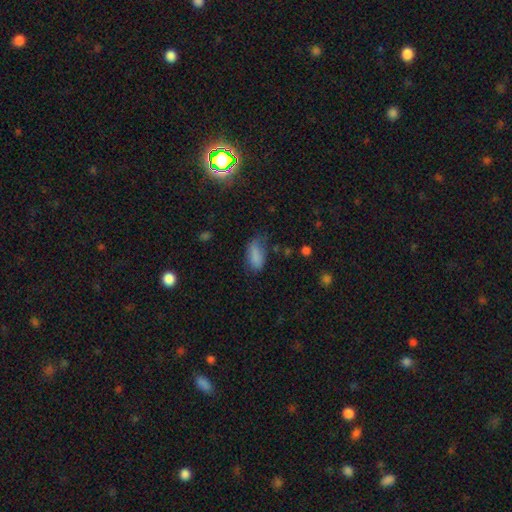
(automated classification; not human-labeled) This appears to be a smooth galaxy with no disk features (83%) that is in between round and cigar-shaped (90%). Merging: none (54%).